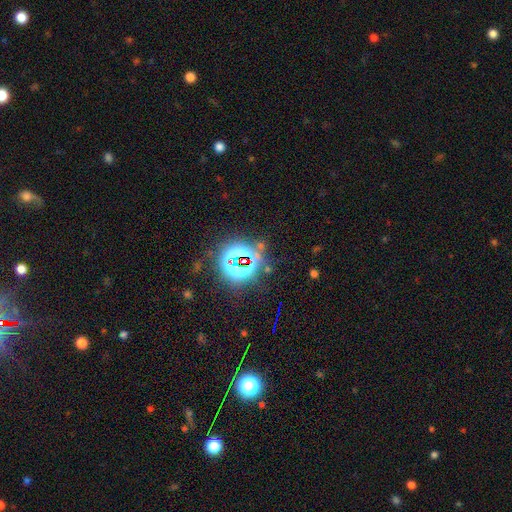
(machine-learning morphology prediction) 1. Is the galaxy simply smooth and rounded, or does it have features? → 79% star or artifact, 14% smooth, 7% featured or disk.